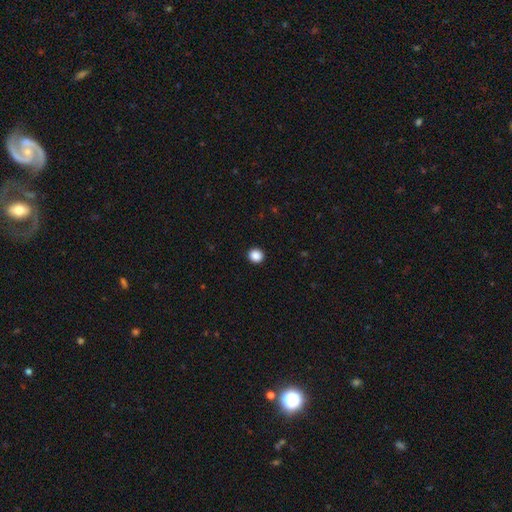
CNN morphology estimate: smooth 88%, star or artifact 9%, featured or disk 2%. Down the decision tree: how rounded — round (91%); merging — none (94%).